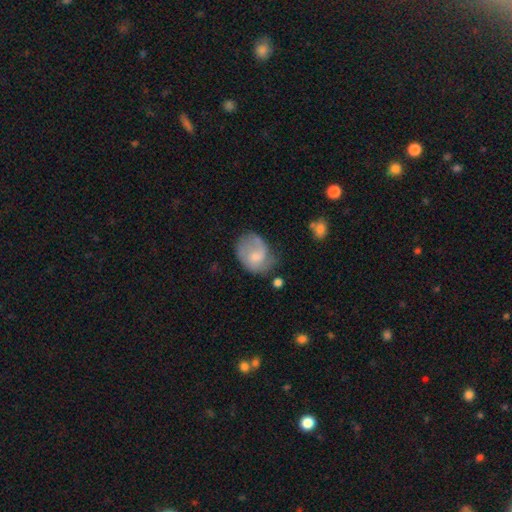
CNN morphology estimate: smooth-or-featured: smooth: 51% | featured or disk: 41% | star or artifact: 7%
  how-rounded: in between: 56% | round: 43% | cigar-shaped: 1%
  merging: none: 41% | minor disturbance: 31% | major disturbance: 24% | merger: 4%